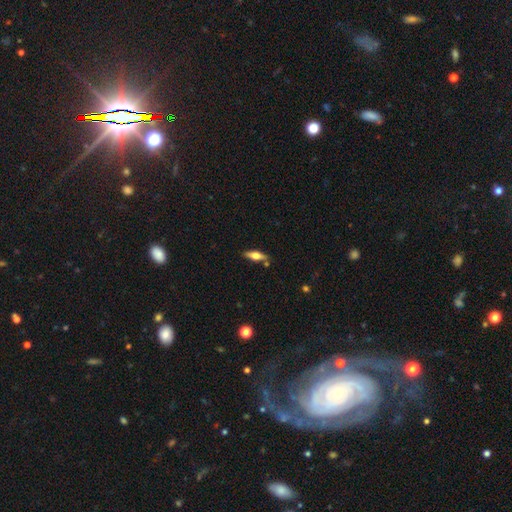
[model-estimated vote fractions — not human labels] Smooth or featured? featured or disk (49%)
Merging? none (82%)